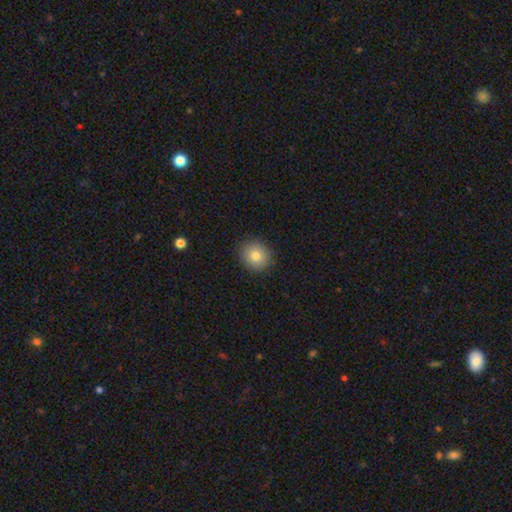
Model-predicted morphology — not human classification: This is clearly a smooth galaxy (80%). How rounded: clearly round (82%). Merging: clearly none (89%).